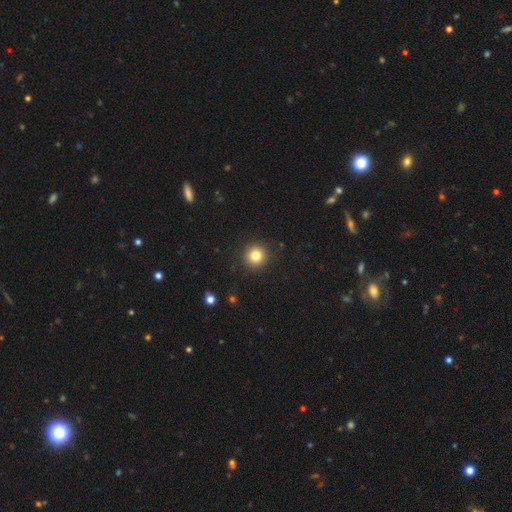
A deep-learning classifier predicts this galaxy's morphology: smooth-or-featured: smooth: 81% | star or artifact: 12% | featured or disk: 7%
  how-rounded: round: 95% | in between: 5% | cigar-shaped: 1%
  merging: none: 92% | minor disturbance: 5% | major disturbance: 2% | merger: 1%